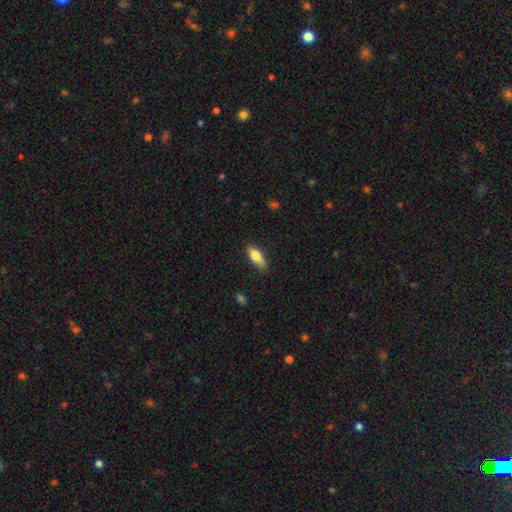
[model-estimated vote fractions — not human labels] Overall: smooth (72%). How rounded: in between (60%; cigar-shaped 37%). Merging: none (76%).